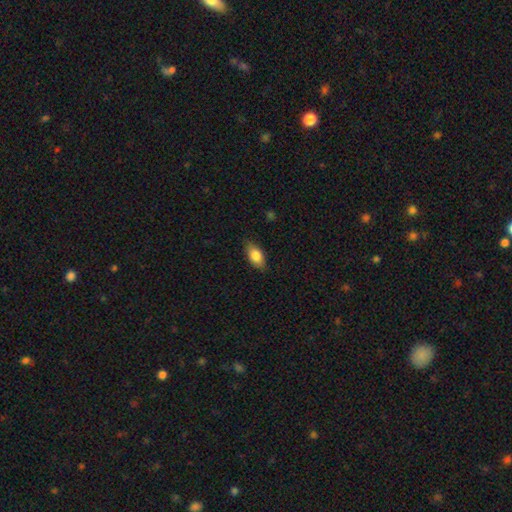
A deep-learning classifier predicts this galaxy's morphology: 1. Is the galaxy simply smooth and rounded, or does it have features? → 81% smooth, 12% featured or disk, 7% star or artifact.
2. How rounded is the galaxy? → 88% in between, 7% cigar-shaped, 5% round.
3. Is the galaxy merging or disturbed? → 84% none, 13% minor disturbance, 2% major disturbance, 1% merger.